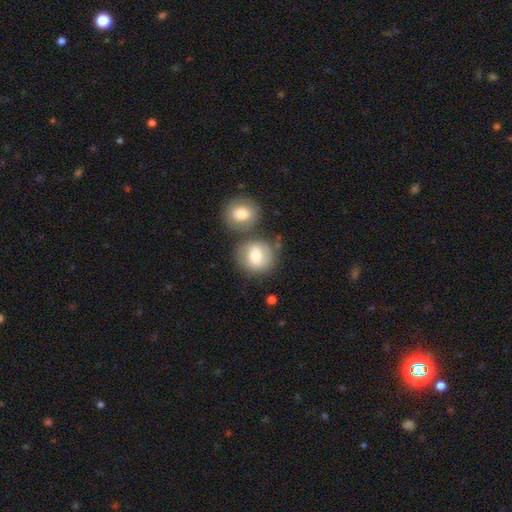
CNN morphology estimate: This is likely a smooth galaxy (71%). How rounded: clearly round (83%). Merging: possibly none (53%).